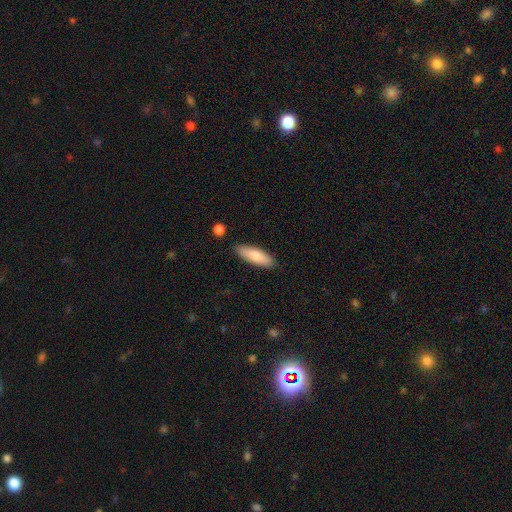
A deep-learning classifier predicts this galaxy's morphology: This appears to be a smooth galaxy with no disk features (83%) that is cigar-shaped (50%). Merging: none (87%).